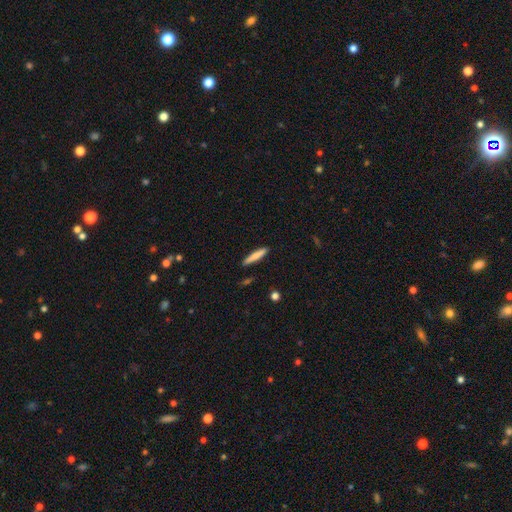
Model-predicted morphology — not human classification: smooth 74%, featured or disk 20%, star or artifact 6%. Down the decision tree: how rounded — cigar-shaped (92%); merging — none (88%).